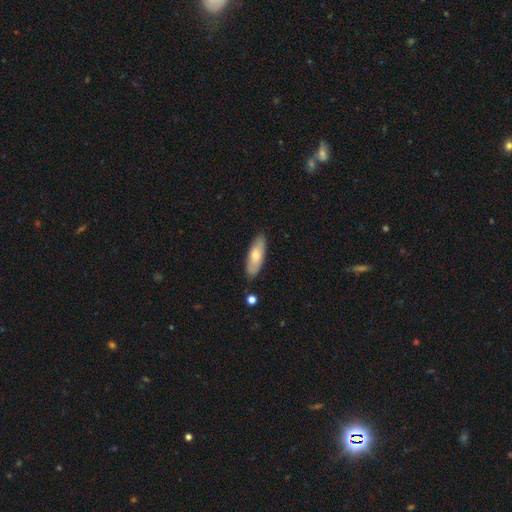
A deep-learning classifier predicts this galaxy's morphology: smooth-or-featured: smooth: 69% | featured or disk: 25% | star or artifact: 6%
  how-rounded: in between: 64% | cigar-shaped: 34% | round: 2%
  merging: none: 81% | minor disturbance: 15% | major disturbance: 3% | merger: 2%